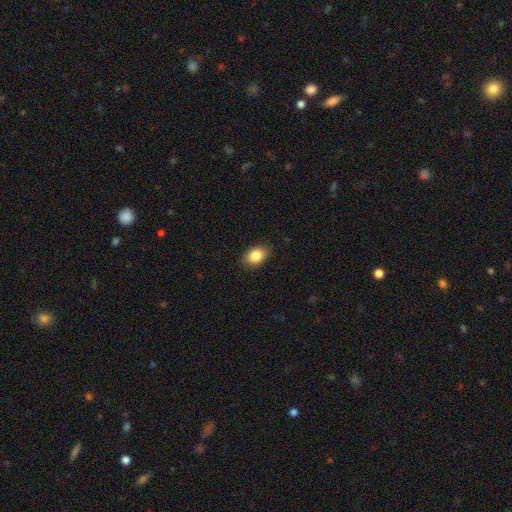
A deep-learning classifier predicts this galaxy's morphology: smooth-or-featured: smooth: 85% | star or artifact: 8% | featured or disk: 7%
  how-rounded: in between: 79% | round: 19% | cigar-shaped: 1%
  merging: none: 86% | minor disturbance: 11% | major disturbance: 2% | merger: 1%